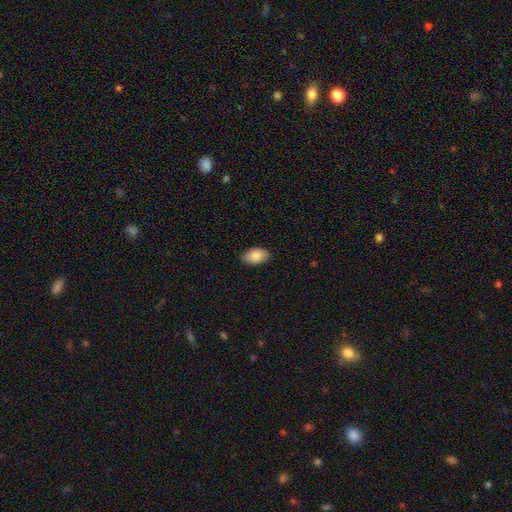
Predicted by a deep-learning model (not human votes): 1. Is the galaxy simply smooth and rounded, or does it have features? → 84% smooth, 9% featured or disk, 6% star or artifact.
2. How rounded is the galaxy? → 94% in between, 5% round, 1% cigar-shaped.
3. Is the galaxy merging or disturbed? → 87% none, 10% minor disturbance, 2% major disturbance, 1% merger.